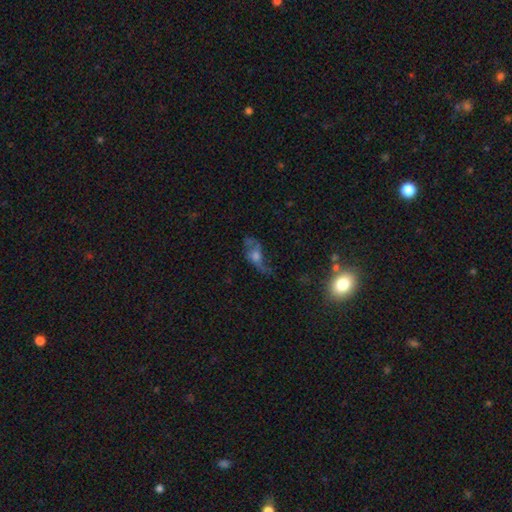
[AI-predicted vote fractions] Morphology: type=featured or disk (56%); edge-on=no (84%); merging=none (40%).